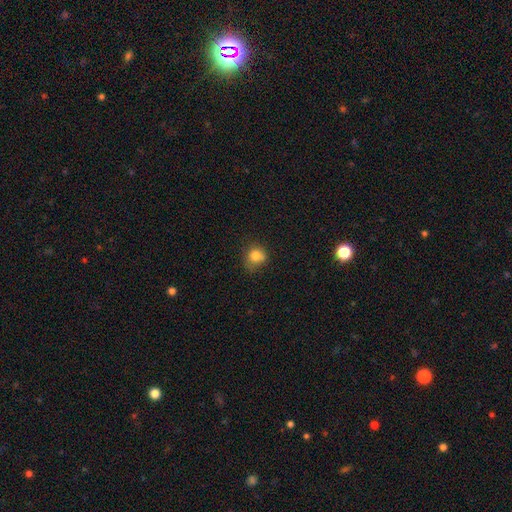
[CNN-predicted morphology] smooth_or_featured: smooth (p=0.80) [alt: star or artifact p=0.12]
how_rounded: round (p=0.78) [alt: in between p=0.21]
merging: none (p=0.59) [alt: minor disturbance p=0.27]